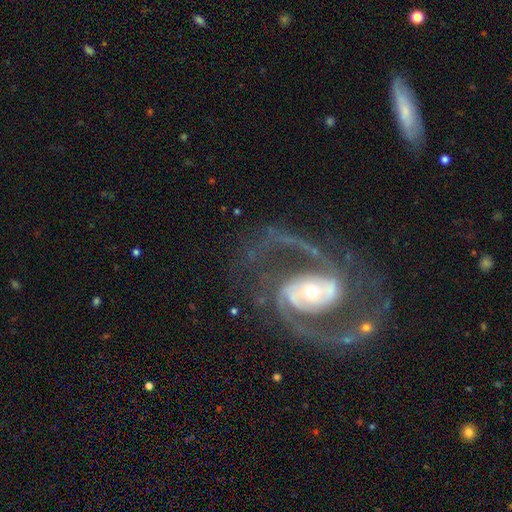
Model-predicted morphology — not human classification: Overall: featured or disk (91%). Edge-on disk: no (98%). Bar: no (43%; weak 30%). Spiral arms: yes (97%). Spiral arm count: 2 (91%). Spiral winding: medium (61%). Bulge size: moderate (51%; small 38%). Merging: none (72%).